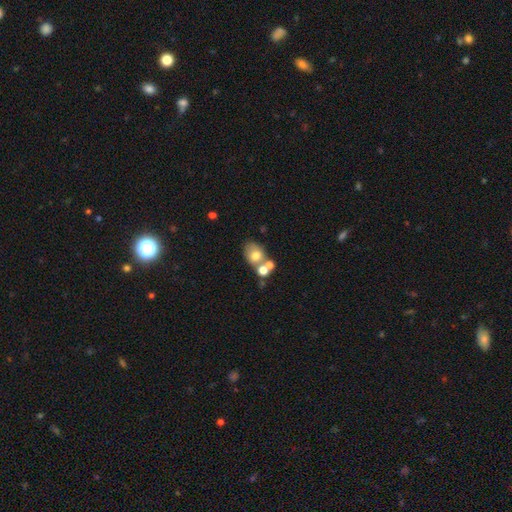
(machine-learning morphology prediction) This appears to be a smooth galaxy with no disk features (64%) that is in between round and cigar-shaped (62%). Merging: merger (44%).